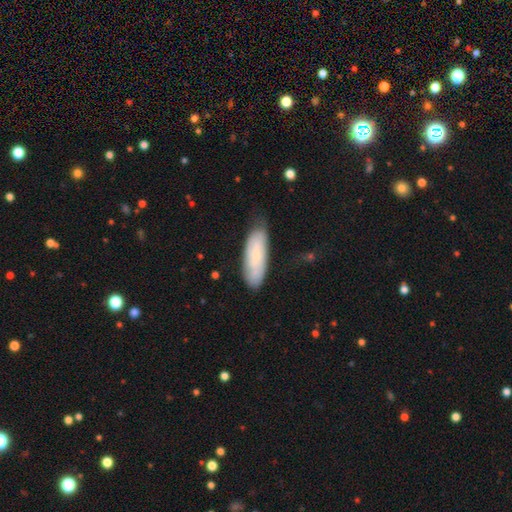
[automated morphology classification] type=smooth (63%); roundness=in between (62%); merging=none (67%).